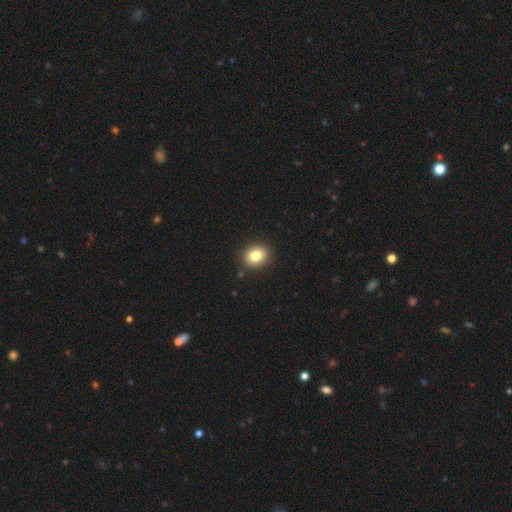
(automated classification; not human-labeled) Morphology: type=smooth (82%); roundness=round (60%); merging=none (90%).